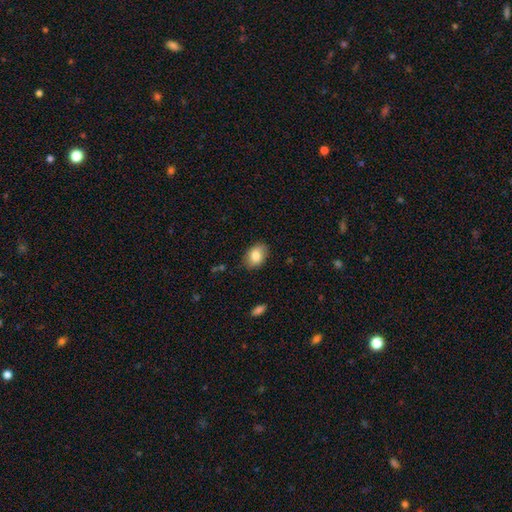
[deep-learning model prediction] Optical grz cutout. It shows a smooth galaxy with no disk features (82%) that is in between round and cigar-shaped (80%). Merging: none (82%).